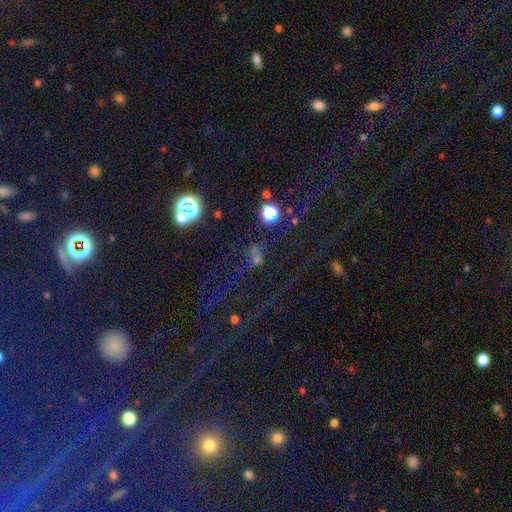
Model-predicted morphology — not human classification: smooth_or_featured: star or artifact (p=0.55) [alt: smooth p=0.32]